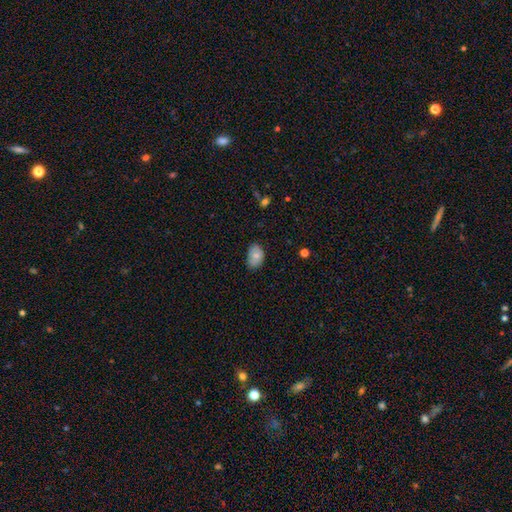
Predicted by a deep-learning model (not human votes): This appears to be a smooth galaxy with no disk features (78%) that is in between round and cigar-shaped (85%). Merging: none (70%).